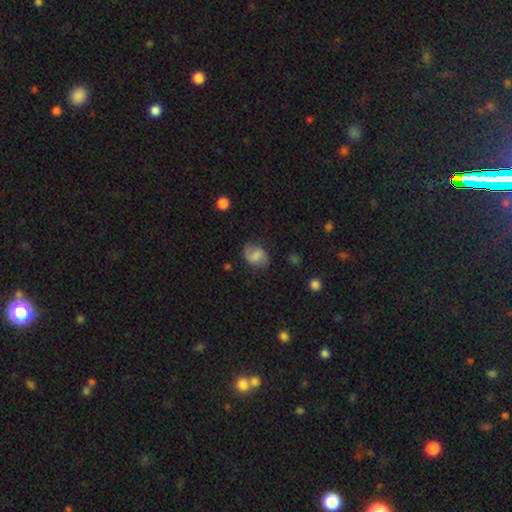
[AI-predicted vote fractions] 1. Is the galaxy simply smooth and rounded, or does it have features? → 49% smooth, 41% featured or disk, 9% star or artifact.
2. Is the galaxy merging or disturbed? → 69% none, 21% minor disturbance, 8% major disturbance, 2% merger.